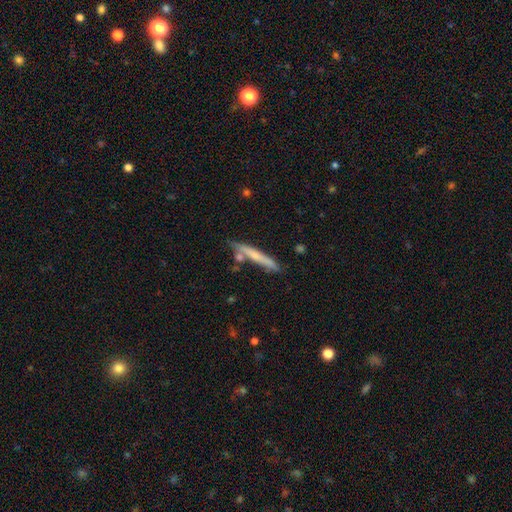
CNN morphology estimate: Smooth or featured? smooth (50%)
How rounded? cigar-shaped (95%)
Merging? none (76%)